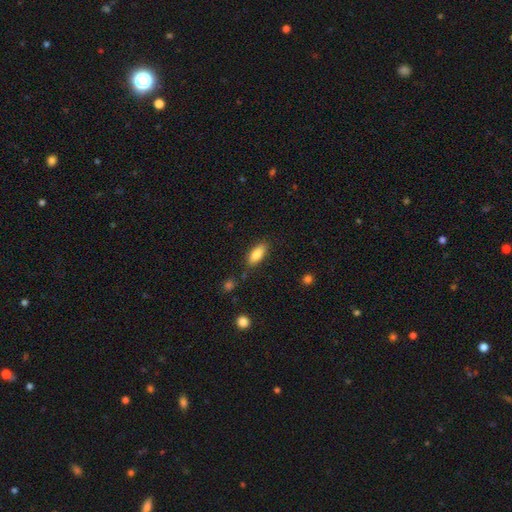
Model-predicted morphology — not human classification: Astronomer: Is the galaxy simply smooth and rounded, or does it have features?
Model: smooth — 86%.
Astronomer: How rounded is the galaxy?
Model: in between — 81%.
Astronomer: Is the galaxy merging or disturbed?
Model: none — 82%.